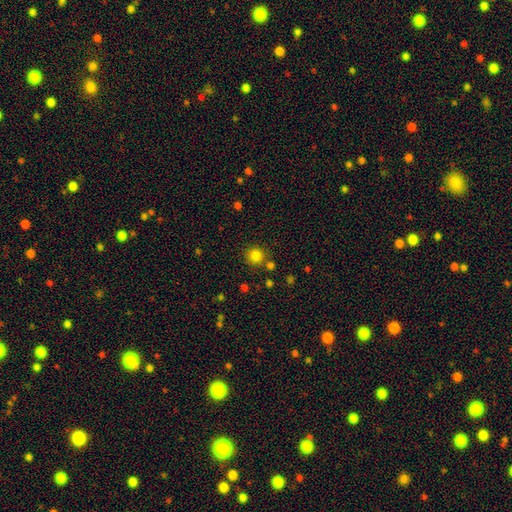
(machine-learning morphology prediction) smooth 82%, star or artifact 13%, featured or disk 5%. Down the decision tree: how rounded — round (93%); merging — none (81%).